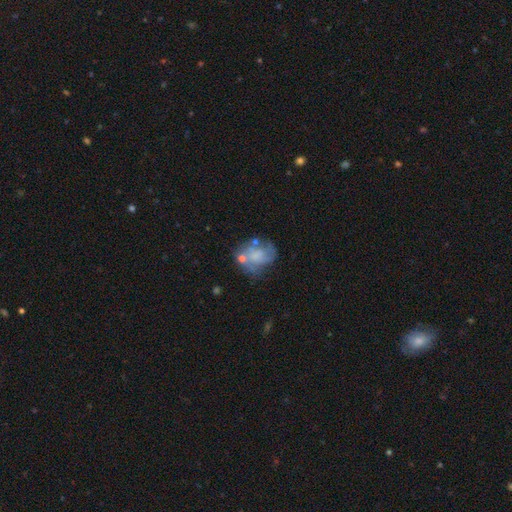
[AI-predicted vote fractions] A featured or disk galaxy (51%). Merging: none (42%).